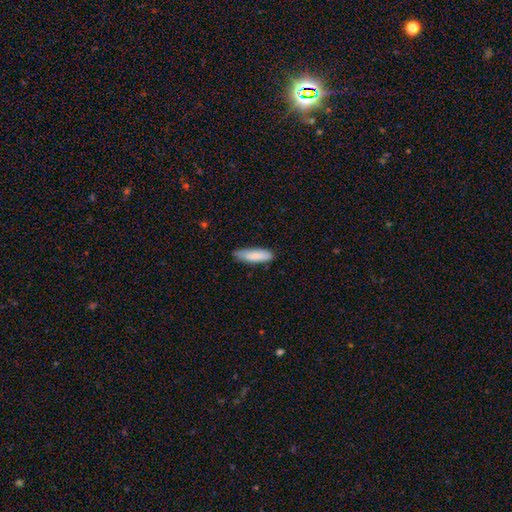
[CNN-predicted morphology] The model was most divided on "how rounded": cigar-shaped: 58%, in between: 41%, round: 1%. More confident: smooth or featured — smooth (85%); merging — none (73%).